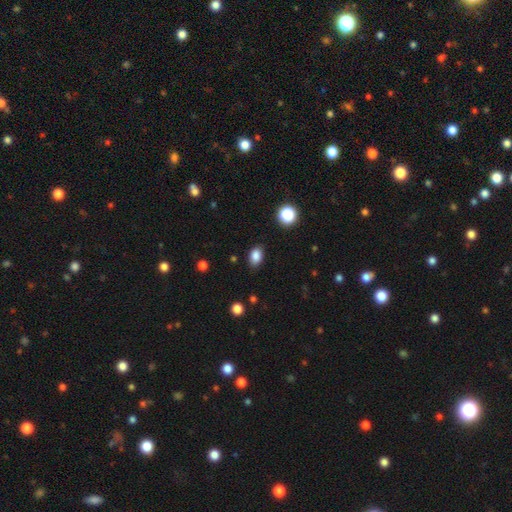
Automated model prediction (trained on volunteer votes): Smooth or featured? Predicted: smooth (p=0.86). How rounded? Predicted: in between (p=0.80). Merging? Predicted: none (p=0.85).